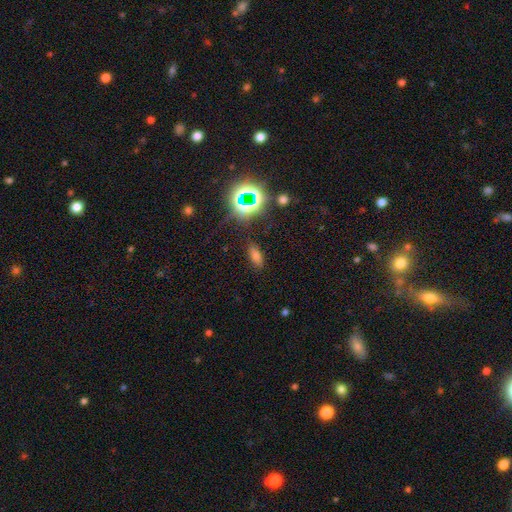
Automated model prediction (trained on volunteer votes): Morphology: type=smooth (61%); roundness=in between (74%); merging=none (82%).